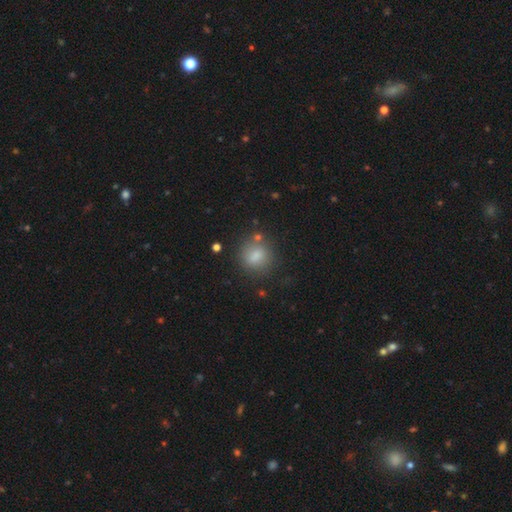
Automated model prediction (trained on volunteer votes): Overall: smooth (80%). How rounded: round (71%). Merging: none (71%).